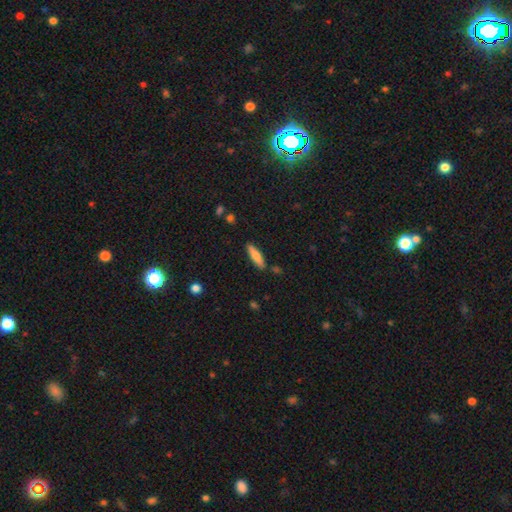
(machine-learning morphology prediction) Overall: smooth (75%). How rounded: cigar-shaped (70%). Merging: none (86%).